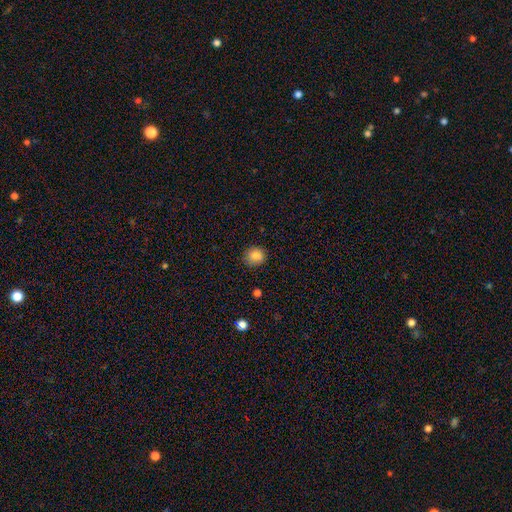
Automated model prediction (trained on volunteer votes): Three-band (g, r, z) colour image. It shows a smooth galaxy with no disk features (85%) that is round (84%). Merging: none (84%).